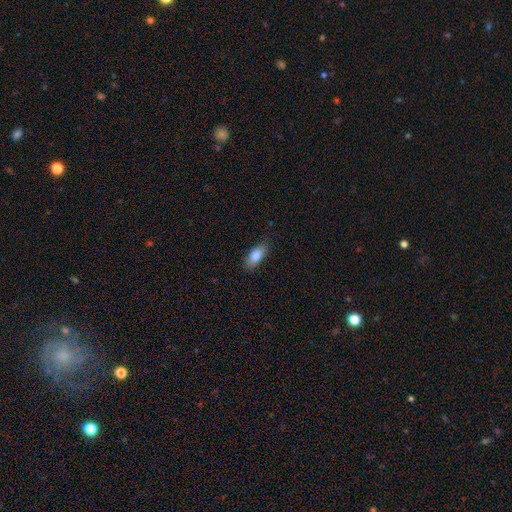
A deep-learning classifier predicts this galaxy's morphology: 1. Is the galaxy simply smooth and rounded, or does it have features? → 85% smooth, 8% featured or disk, 7% star or artifact.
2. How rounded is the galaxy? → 85% in between, 12% cigar-shaped, 3% round.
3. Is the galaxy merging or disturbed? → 83% none, 14% minor disturbance, 3% major disturbance, 1% merger.